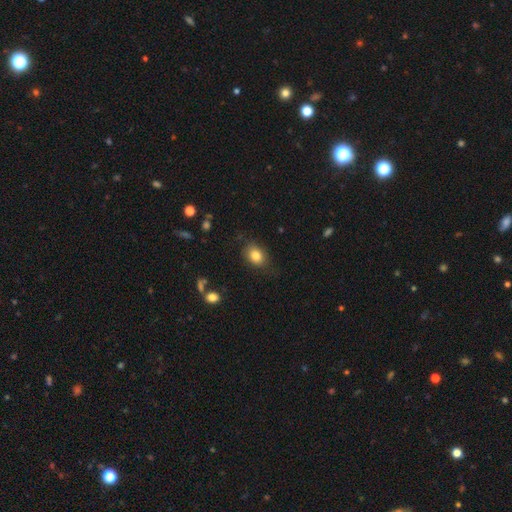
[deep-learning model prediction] Overall: smooth (82%). How rounded: in between (66%; round 33%). Merging: none (77%).